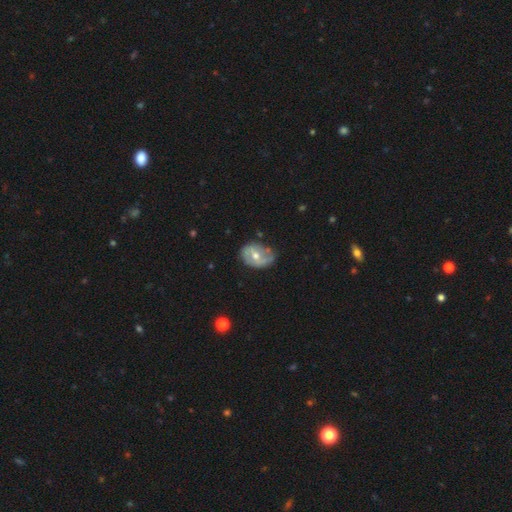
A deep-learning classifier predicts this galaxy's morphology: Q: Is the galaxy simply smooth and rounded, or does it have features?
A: featured or disk — 65%.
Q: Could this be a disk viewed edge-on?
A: no — 96%.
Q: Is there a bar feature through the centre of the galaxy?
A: no — 52%.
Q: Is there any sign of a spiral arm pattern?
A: yes — 70%.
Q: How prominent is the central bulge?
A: moderate — 70%.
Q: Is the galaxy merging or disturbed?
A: none — 56%.